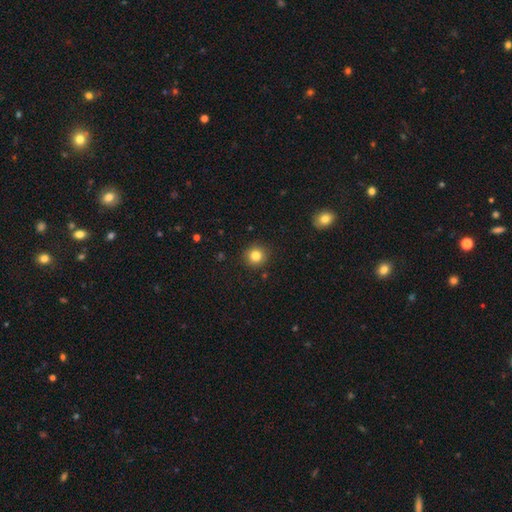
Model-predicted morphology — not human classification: Smooth or featured? Predicted: smooth (p=0.82). How rounded? Predicted: round (p=0.93). Merging? Predicted: none (p=0.91).